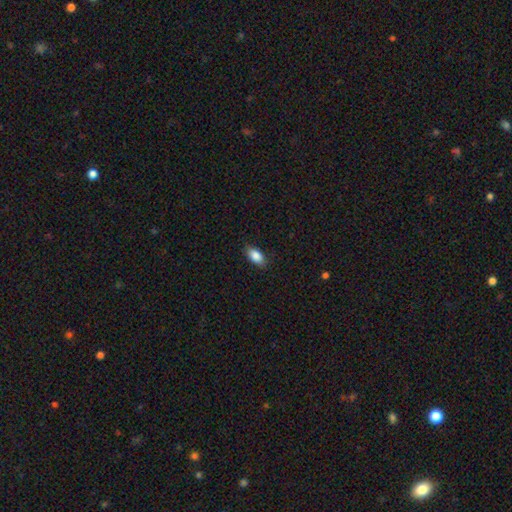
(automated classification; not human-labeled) This is clearly a smooth galaxy (87%). How rounded: clearly in between (91%). Merging: clearly none (86%).